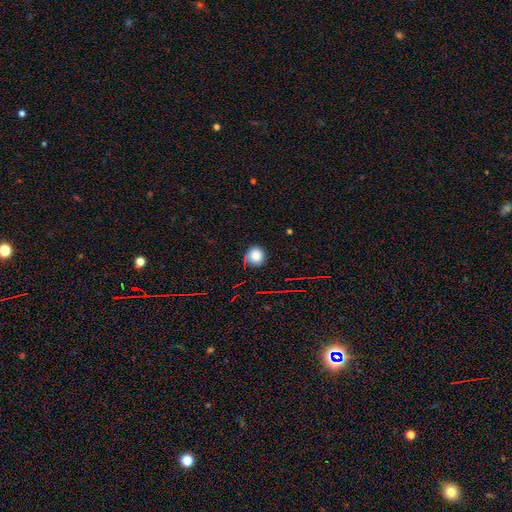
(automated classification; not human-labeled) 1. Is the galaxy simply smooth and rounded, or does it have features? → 80% smooth, 14% star or artifact, 6% featured or disk.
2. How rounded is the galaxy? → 89% round, 10% in between, 1% cigar-shaped.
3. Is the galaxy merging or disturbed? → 80% none, 14% minor disturbance, 3% major disturbance, 2% merger.